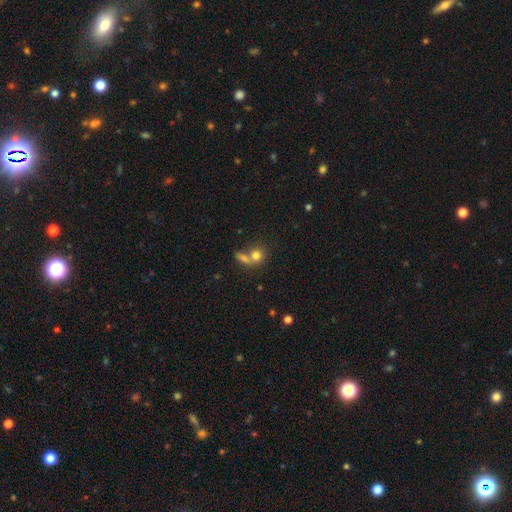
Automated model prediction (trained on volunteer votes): A smooth galaxy with no disk features (77%) that is round (72%).

Vote fractions:
- Smooth or featured? smooth: 77% / featured or disk: 12% / star or artifact: 11%
- How rounded? round: 72% / in between: 25% / cigar-shaped: 2%
- Merging? merger: 47% / none: 38% / minor disturbance: 9% / major disturbance: 6%